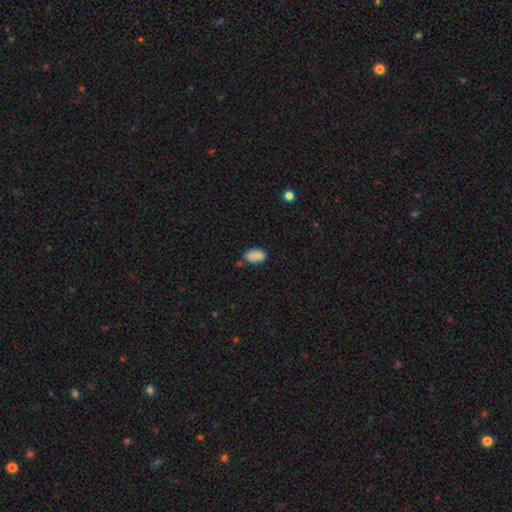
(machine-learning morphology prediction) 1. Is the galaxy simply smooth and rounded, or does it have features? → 85% smooth, 9% star or artifact, 6% featured or disk.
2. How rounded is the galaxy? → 90% in between, 8% round, 2% cigar-shaped.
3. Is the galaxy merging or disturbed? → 52% none, 27% minor disturbance, 14% merger, 7% major disturbance.